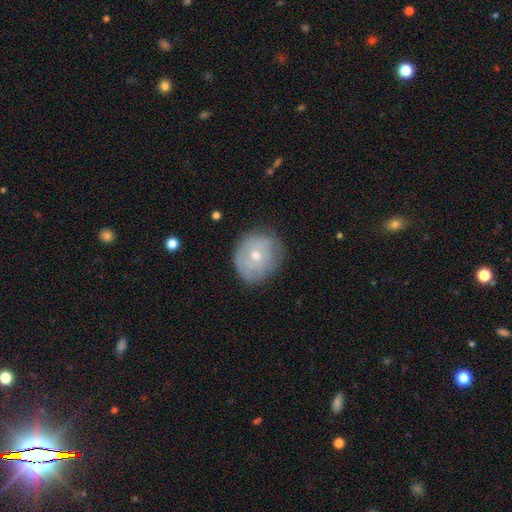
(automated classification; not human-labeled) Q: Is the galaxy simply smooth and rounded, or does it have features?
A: smooth — 52%.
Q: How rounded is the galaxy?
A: round — 80%.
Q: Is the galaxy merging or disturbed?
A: none — 71%.